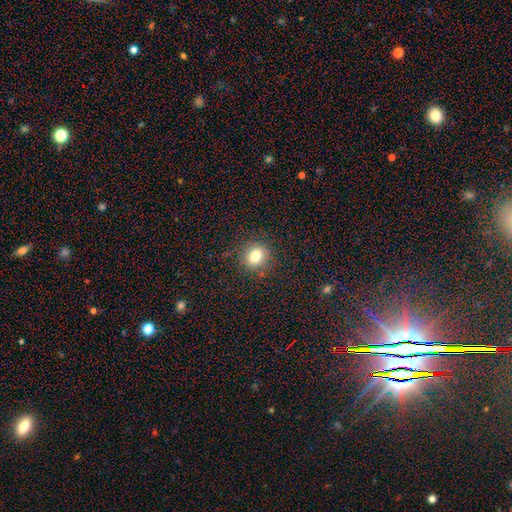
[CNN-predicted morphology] Q: Smooth or featured?
A: smooth (80%); runner-up: star or artifact (12%)
Q: How rounded?
A: round (57%); runner-up: in between (41%)
Q: Merging?
A: none (86%); runner-up: minor disturbance (9%)